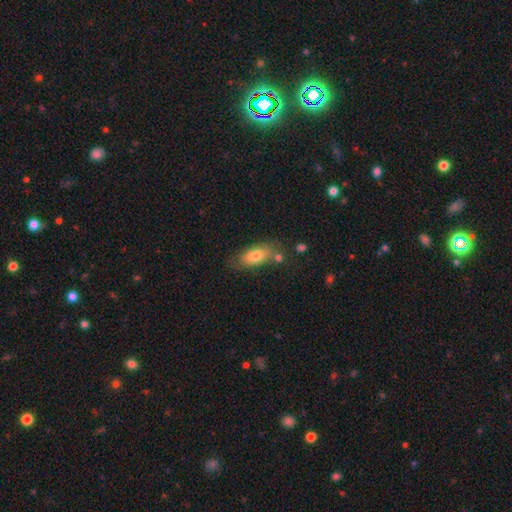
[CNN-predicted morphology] The model was most divided on "merging": none: 61%, minor disturbance: 20%, merger: 12%, major disturbance: 6%. More confident: how rounded — in between (85%); smooth or featured — smooth (73%).